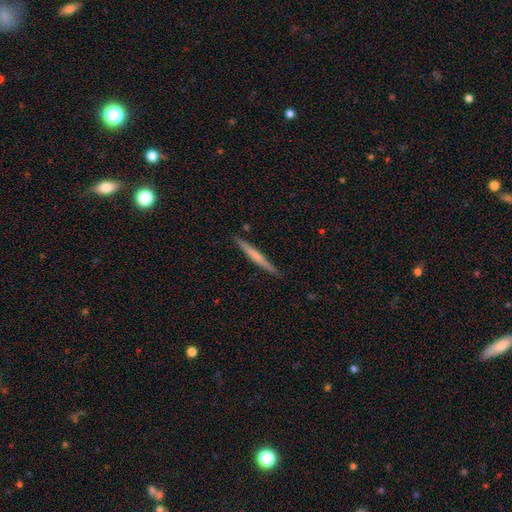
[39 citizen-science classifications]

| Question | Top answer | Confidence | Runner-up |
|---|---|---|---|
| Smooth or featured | smooth | 51% | featured or disk (44%) |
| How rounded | cigar-shaped | 100% | — |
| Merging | none | 84% | minor disturbance (14%) |